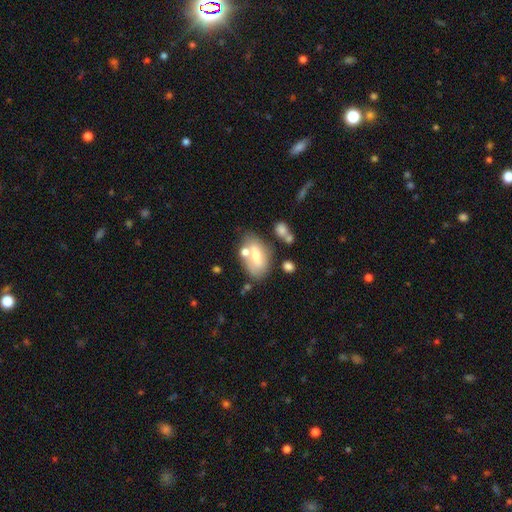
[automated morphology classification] smooth-or-featured: smooth: 57% | featured or disk: 35% | star or artifact: 9%
  how-rounded: in between: 87% | round: 9% | cigar-shaped: 4%
  merging: none: 55% | merger: 19% | minor disturbance: 18% | major disturbance: 7%